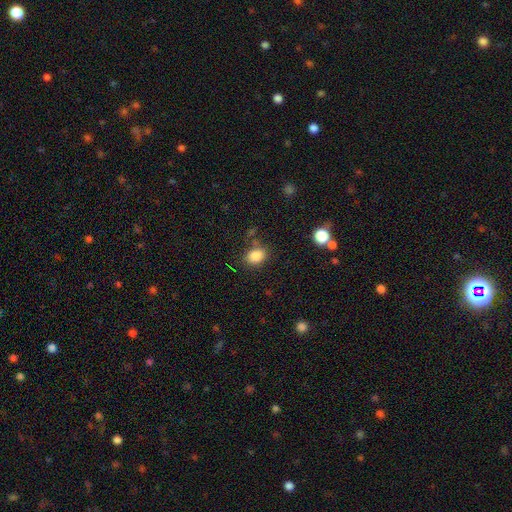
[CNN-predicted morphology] This appears to be a smooth galaxy with no disk features (84%) that is in between round and cigar-shaped (60%). Merging: none (75%).